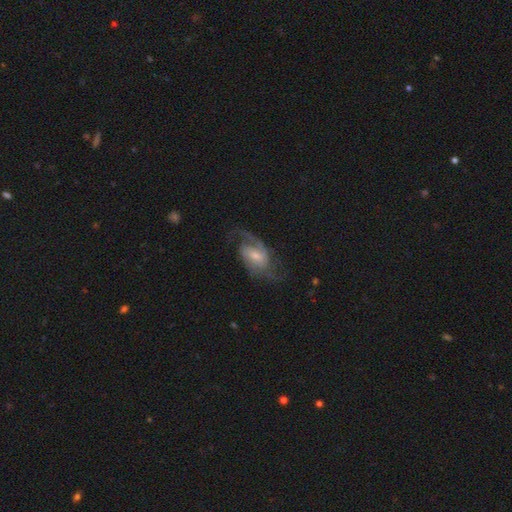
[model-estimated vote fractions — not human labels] A featured or disk galaxy (81%) with a weak bar (50%), 2 (72%) medium (49%) spiral arms (94%) and a small central bulge (49%).

Vote fractions:
- Smooth or featured? featured or disk: 81% / smooth: 13% / star or artifact: 6%
- Edge-on disk? no: 97% / yes: 3%
- Bar? weak: 50% / no: 34% / strong: 16%
- Spiral arms? yes: 94% / no: 6%
- Spiral winding? medium: 49% / loose: 35% / tight: 16%
- Spiral arm count? 2: 72% / 1: 9% / can't tell: 9% / 3: 6% / 4: 2% / more than 4: 2%
- Bulge size? small: 49% / moderate: 38% / none: 6% / large: 6% / dominant: 1%
- Merging? none: 59% / major disturbance: 21% / minor disturbance: 18% / merger: 2%